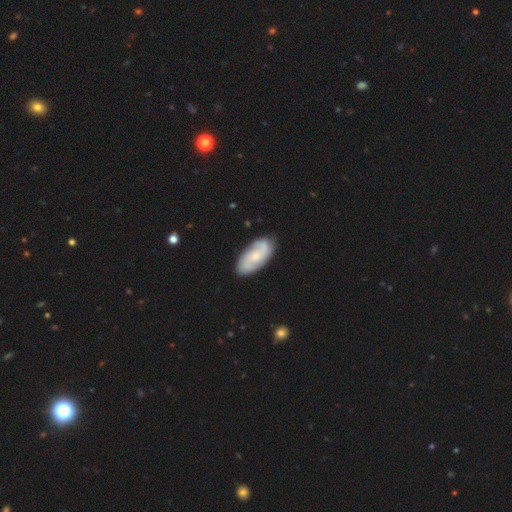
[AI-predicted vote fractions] featured or disk 64%, smooth 30%, star or artifact 5%. Down the decision tree: edge-on disk — no (94%); bar — no (67%); spiral arms — yes (92%); spiral arm count — 2 (62%); spiral winding — medium (43%); bulge size — small (64%); merging — none (80%).